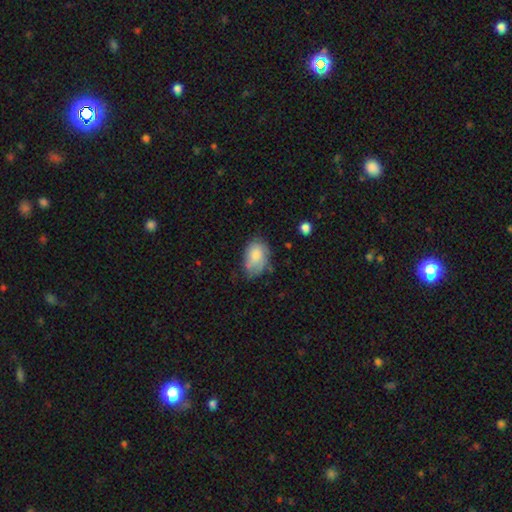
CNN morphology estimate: smooth-or-featured: smooth: 71% | featured or disk: 21% | star or artifact: 8%
  how-rounded: in between: 85% | round: 14% | cigar-shaped: 1%
  merging: none: 48% | minor disturbance: 35% | major disturbance: 15% | merger: 3%